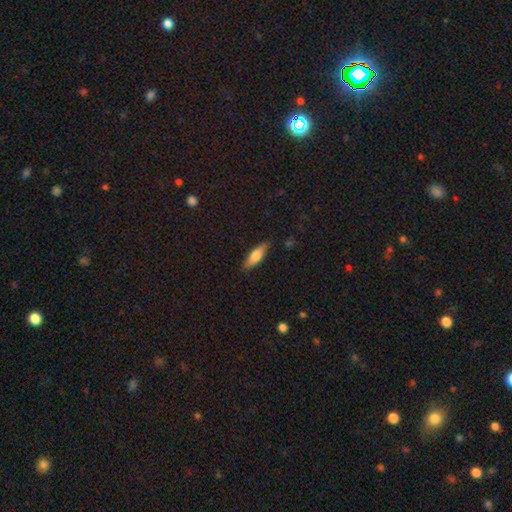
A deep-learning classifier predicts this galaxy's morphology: This is likely a smooth galaxy (70%). How rounded: possibly cigar-shaped (52%). Merging: clearly none (84%).